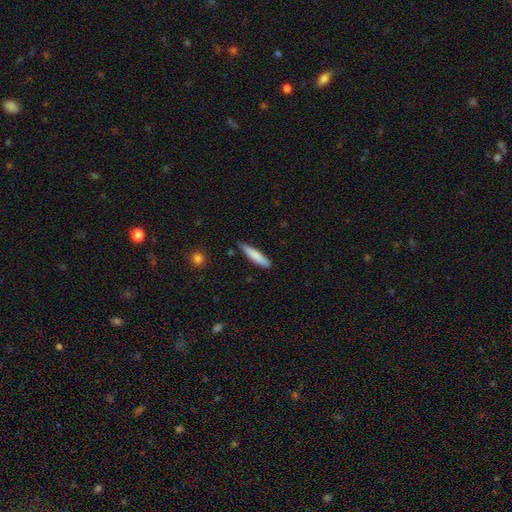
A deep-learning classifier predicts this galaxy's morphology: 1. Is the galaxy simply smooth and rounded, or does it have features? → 81% smooth, 14% featured or disk, 6% star or artifact.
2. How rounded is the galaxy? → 85% cigar-shaped, 14% in between, 1% round.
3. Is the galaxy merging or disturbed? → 79% none, 17% minor disturbance, 2% major disturbance, 2% merger.